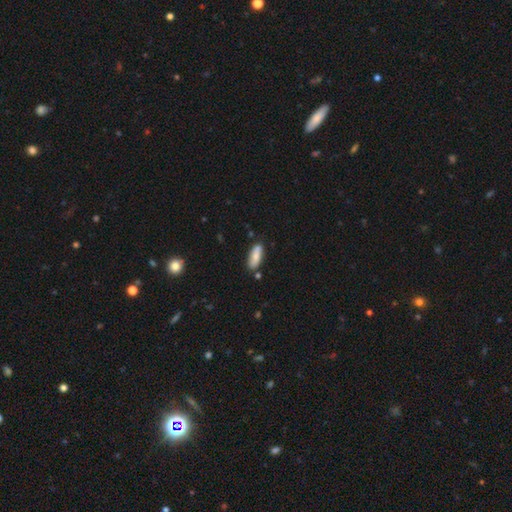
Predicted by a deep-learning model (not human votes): Overall: smooth (74%). How rounded: in between (69%; cigar-shaped 29%). Merging: none (78%).